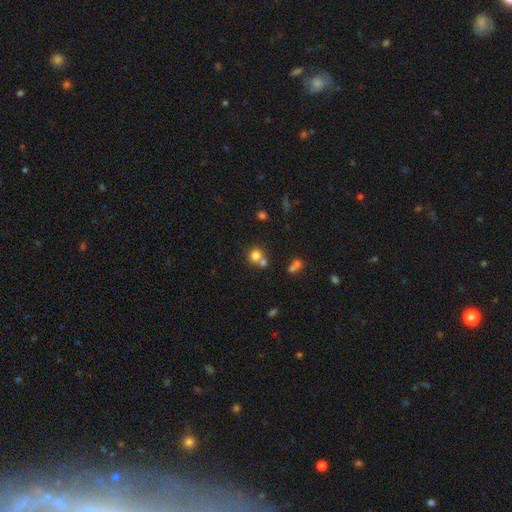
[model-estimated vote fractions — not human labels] The model was most divided on "merging": none: 52%, merger: 37%, minor disturbance: 8%, major disturbance: 3%. More confident: how rounded — round (88%); smooth or featured — smooth (76%).